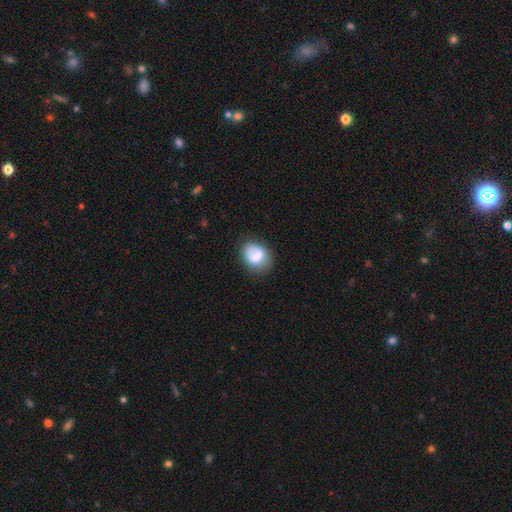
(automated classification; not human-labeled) A smooth galaxy with no disk features (75%) that is round (50%). Merging: none (62%).